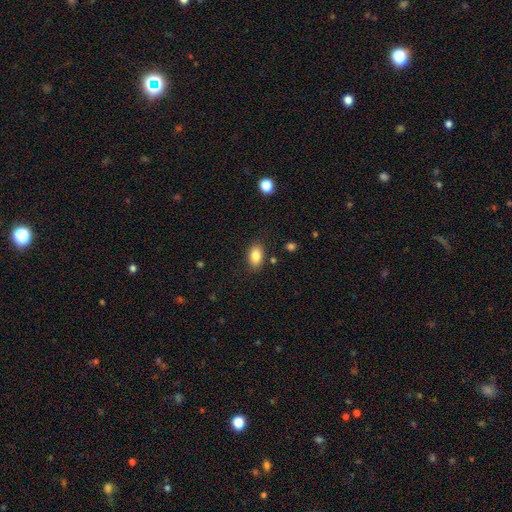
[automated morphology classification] type=smooth (84%); roundness=in between (88%); merging=none (84%).